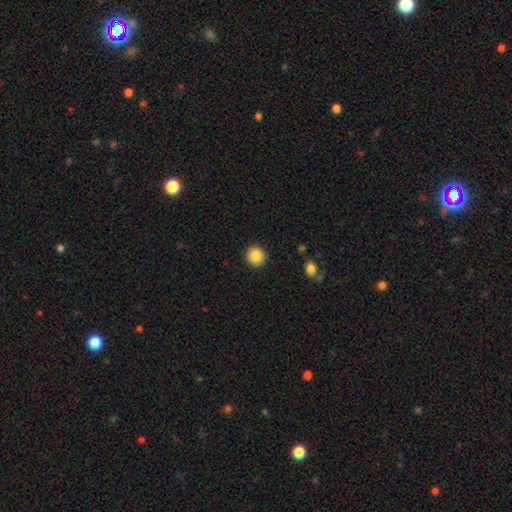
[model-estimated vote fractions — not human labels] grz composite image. It shows a smooth galaxy with no disk features (87%) that is round (94%). Merging: none (92%).